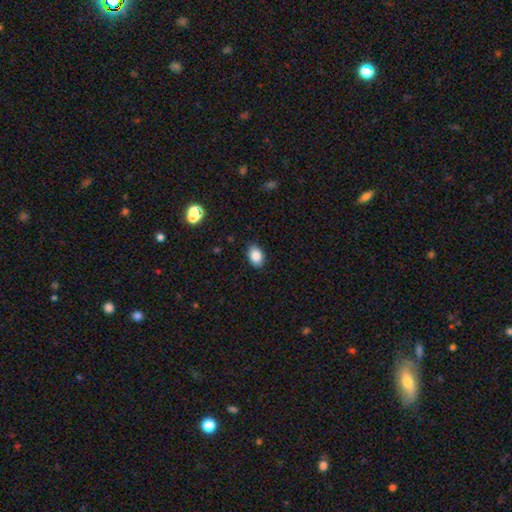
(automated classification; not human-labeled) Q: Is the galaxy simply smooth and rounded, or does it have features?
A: smooth — 85%.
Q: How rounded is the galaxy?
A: in between — 82%.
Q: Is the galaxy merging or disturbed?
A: none — 86%.